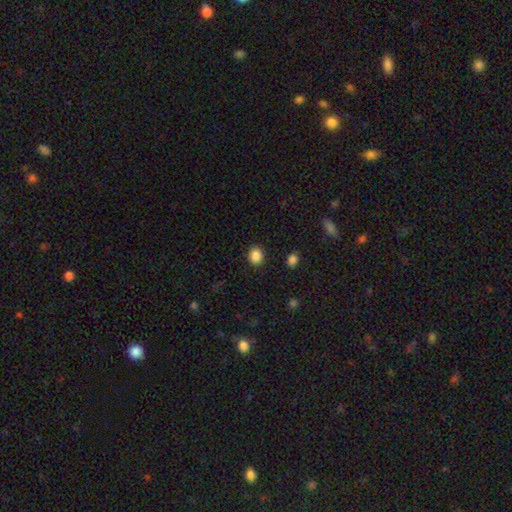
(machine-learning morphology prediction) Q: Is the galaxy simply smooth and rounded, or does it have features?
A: smooth — 87%.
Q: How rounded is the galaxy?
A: round — 57%.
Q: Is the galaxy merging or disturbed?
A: none — 89%.